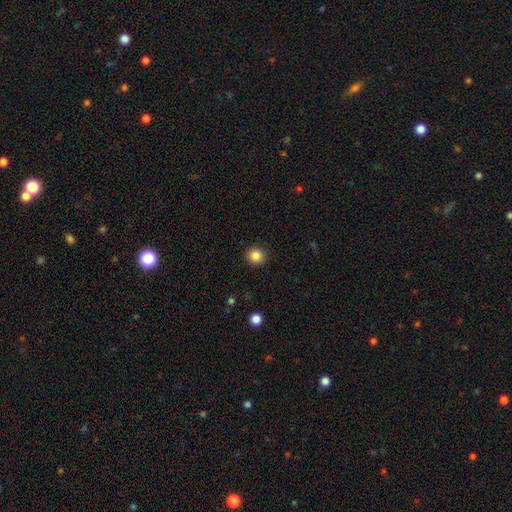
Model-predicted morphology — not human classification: This appears to be a smooth galaxy with no disk features (86%) that is round (89%). Merging: none (91%).